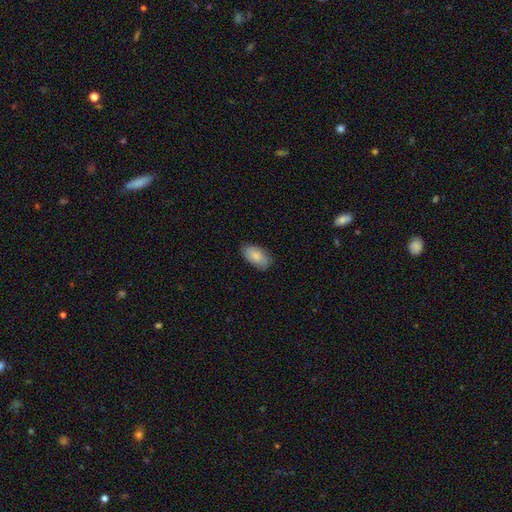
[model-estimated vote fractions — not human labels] A smooth galaxy with no disk features (82%) that is in between round and cigar-shaped (94%).

Vote fractions:
- Smooth or featured? smooth: 82% / featured or disk: 12% / star or artifact: 6%
- How rounded? in between: 94% / round: 3% / cigar-shaped: 3%
- Merging? none: 80% / minor disturbance: 16% / major disturbance: 3% / merger: 1%